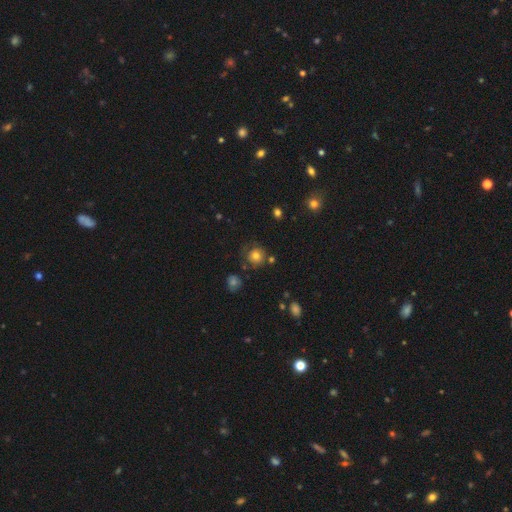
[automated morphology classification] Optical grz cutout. It shows a smooth galaxy with no disk features (73%) that is round (91%). Merging: none (73%).